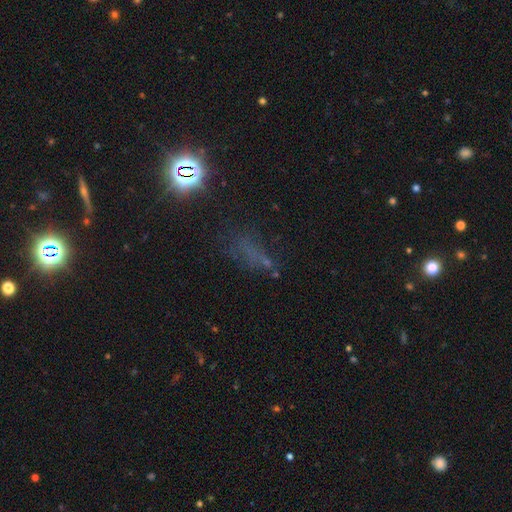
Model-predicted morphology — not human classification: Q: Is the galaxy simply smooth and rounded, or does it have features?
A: star or artifact — 48%.